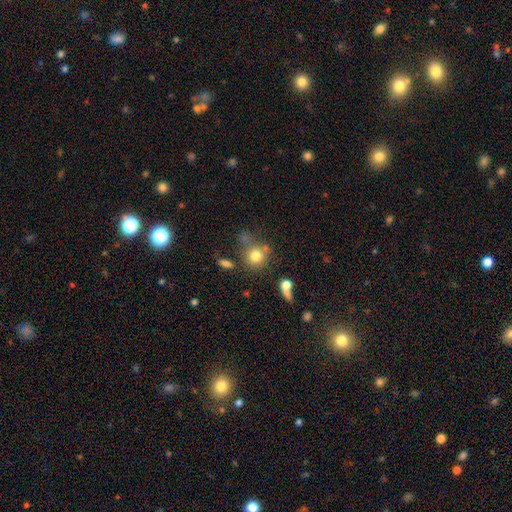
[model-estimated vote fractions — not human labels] A smooth galaxy with no disk features (76%) that is round (84%).

Vote fractions:
- Smooth or featured? smooth: 76% / star or artifact: 12% / featured or disk: 12%
- How rounded? round: 84% / in between: 15% / cigar-shaped: 1%
- Merging? none: 54% / merger: 20% / minor disturbance: 15% / major disturbance: 11%